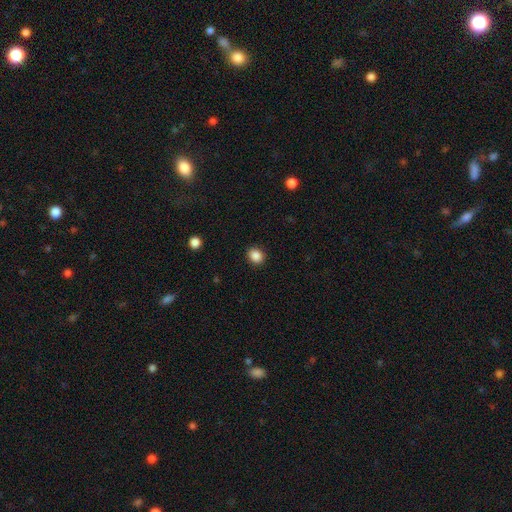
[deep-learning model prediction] Smooth or featured: smooth — 87% (star or artifact — 10%)
How rounded: round — 67% (in between — 32%)
Merging: none — 90% (minor disturbance — 7%)